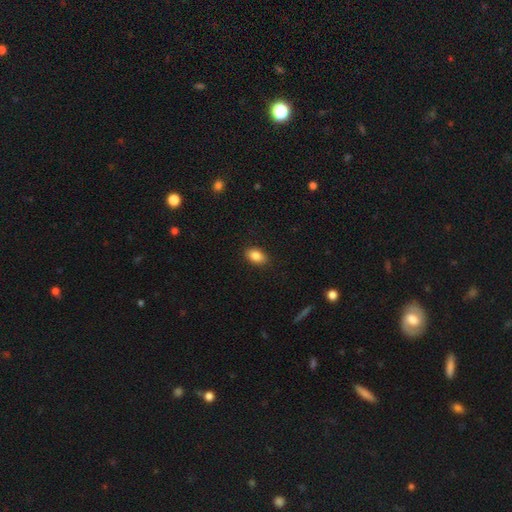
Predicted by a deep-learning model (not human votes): Smooth or featured?
  - smooth: 87% *
  - star or artifact: 8%
  - featured or disk: 5%
How rounded?
  - in between: 89% *
  - round: 9%
  - cigar-shaped: 2%
Merging?
  - none: 87% *
  - minor disturbance: 9%
  - major disturbance: 2%
  - merger: 1%